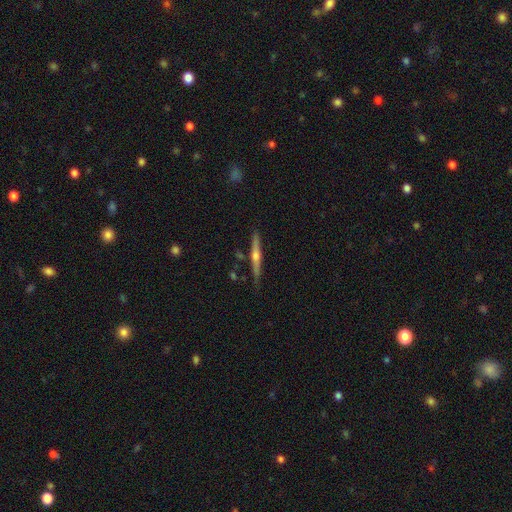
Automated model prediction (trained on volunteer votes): A featured or disk galaxy (69%) viewed edge-on (97%) with a rounded central bulge (87%).

Vote fractions:
- Smooth or featured? featured or disk: 69% / smooth: 25% / star or artifact: 6%
- Edge-on disk? yes: 97% / no: 3%
- Edge-on bulge? rounded: 87% / none: 9% / boxy: 4%
- Merging? none: 84% / minor disturbance: 11% / merger: 3% / major disturbance: 2%